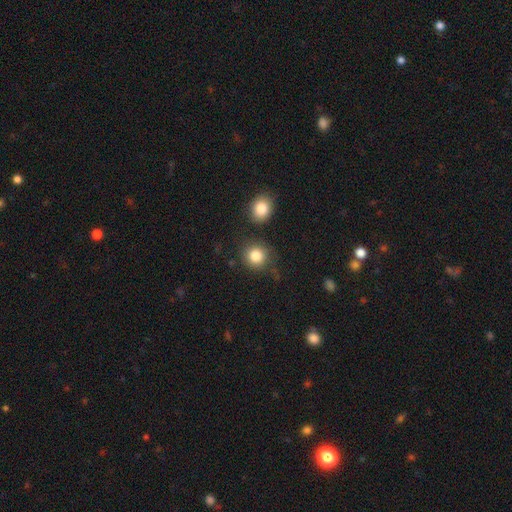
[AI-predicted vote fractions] smooth 84%, star or artifact 10%, featured or disk 6%. Down the decision tree: how rounded — round (87%); merging — none (77%).